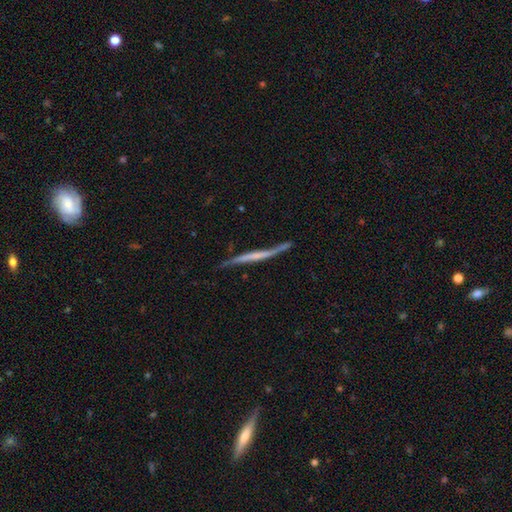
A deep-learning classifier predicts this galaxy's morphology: Q: Smooth or featured?
A: featured or disk (68%); runner-up: smooth (26%)
Q: Edge-on disk?
A: yes (90%); runner-up: no (10%)
Q: Edge-on bulge?
A: none (70%); runner-up: rounded (16%)
Q: Merging?
A: none (65%); runner-up: minor disturbance (24%)